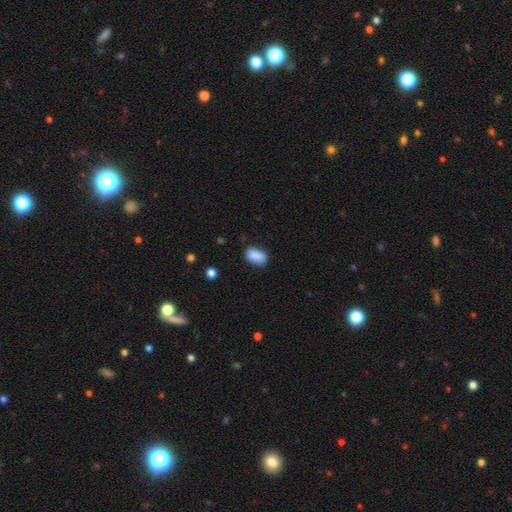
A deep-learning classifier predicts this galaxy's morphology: Overall: smooth (88%). How rounded: in between (90%). Merging: none (76%).